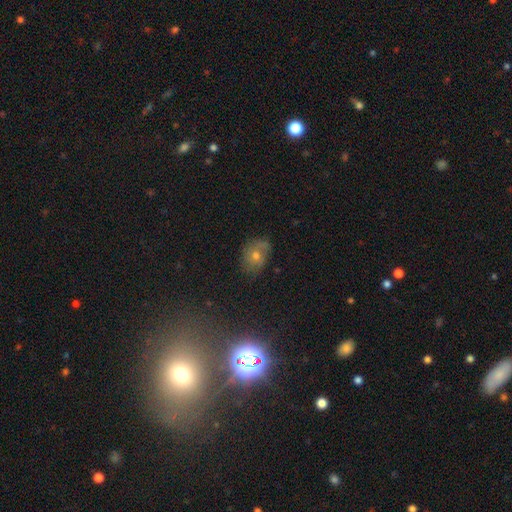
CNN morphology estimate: This appears to be a smooth galaxy with no disk features (44%). Merging: none (65%).